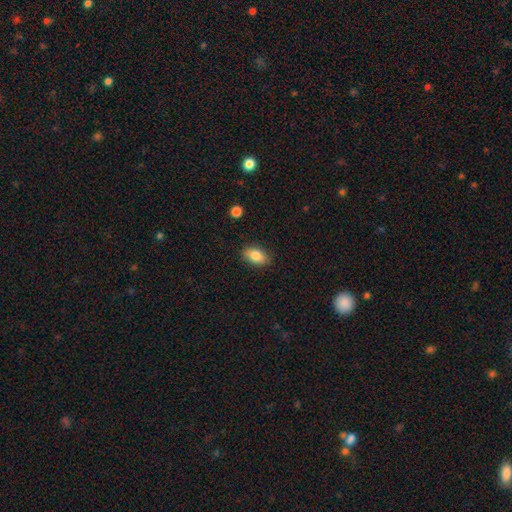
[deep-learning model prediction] smooth 84%, featured or disk 8%, star or artifact 8%. Down the decision tree: how rounded — in between (88%); merging — none (86%).